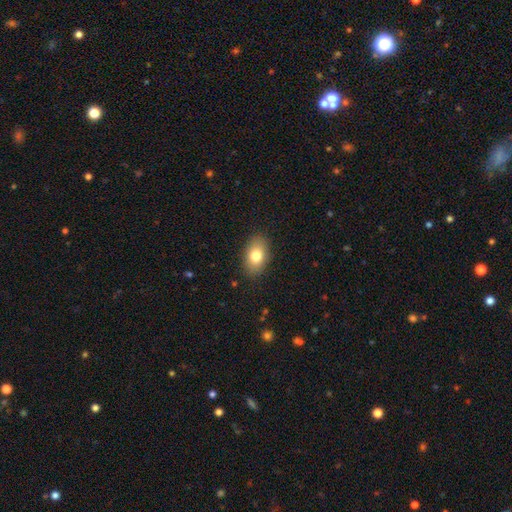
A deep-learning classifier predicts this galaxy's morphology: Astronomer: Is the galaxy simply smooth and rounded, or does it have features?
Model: smooth — 79%.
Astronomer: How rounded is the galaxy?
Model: in between — 86%.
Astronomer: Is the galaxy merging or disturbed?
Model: none — 87%.